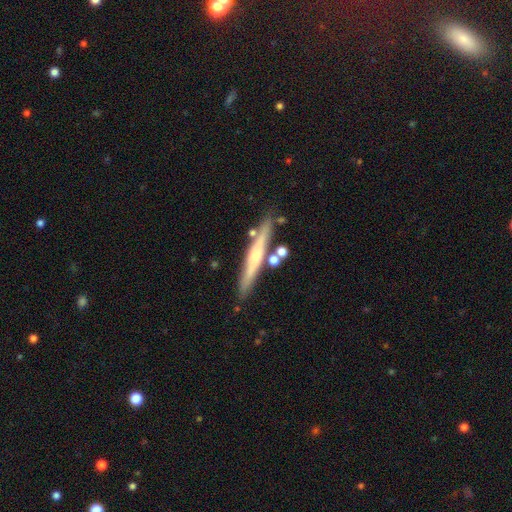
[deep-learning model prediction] This is likely a featured or disk galaxy (67%). It is clearly viewed edge-on (94%). Edge-on bulge: likely rounded (66%). Merging: likely none (79%).